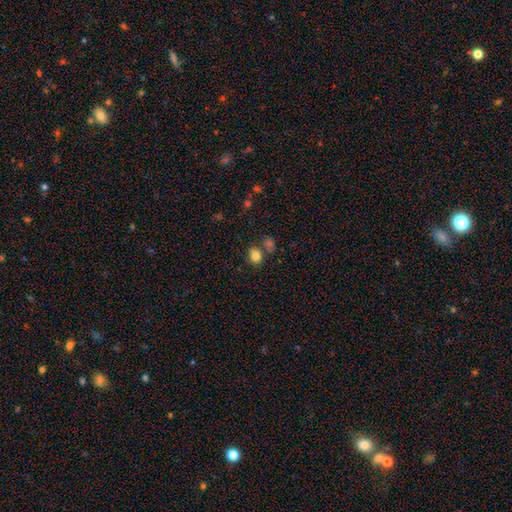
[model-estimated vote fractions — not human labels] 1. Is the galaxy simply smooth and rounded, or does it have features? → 83% smooth, 11% star or artifact, 6% featured or disk.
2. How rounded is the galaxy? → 57% round, 42% in between, 1% cigar-shaped.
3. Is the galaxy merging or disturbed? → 67% none, 15% merger, 13% minor disturbance, 4% major disturbance.